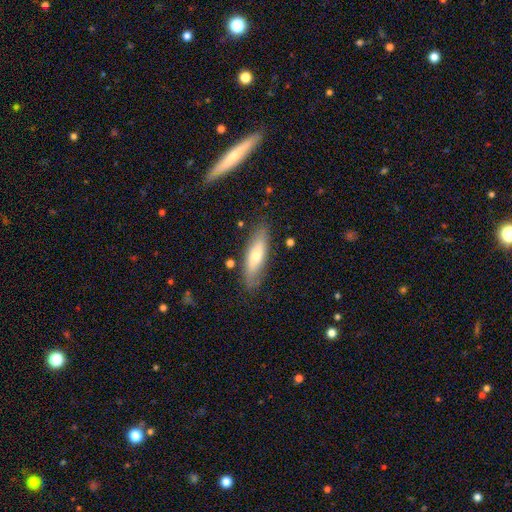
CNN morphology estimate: A smooth galaxy with no disk features (64%) that is cigar-shaped (53%).

Vote fractions:
- Smooth or featured? smooth: 64% / featured or disk: 30% / star or artifact: 6%
- How rounded? cigar-shaped: 53% / in between: 45% / round: 2%
- Merging? none: 81% / minor disturbance: 13% / major disturbance: 3% / merger: 2%